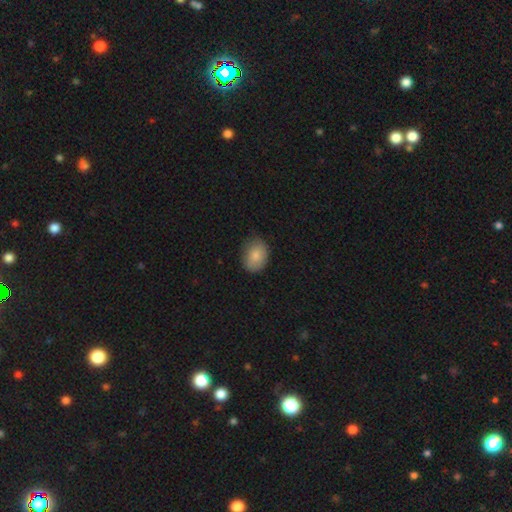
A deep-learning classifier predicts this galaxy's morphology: The model was most divided on "how rounded": in between: 66%, round: 33%, cigar-shaped: 1%. More confident: smooth or featured — smooth (84%); merging — none (77%).